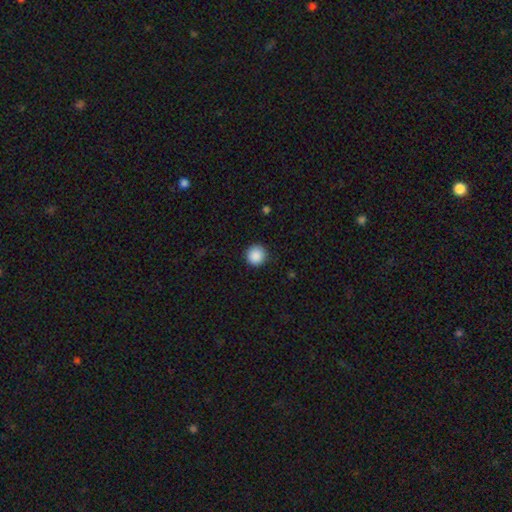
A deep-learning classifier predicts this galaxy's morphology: A smooth galaxy with no disk features (89%) that is round (96%). Merging: none (91%).